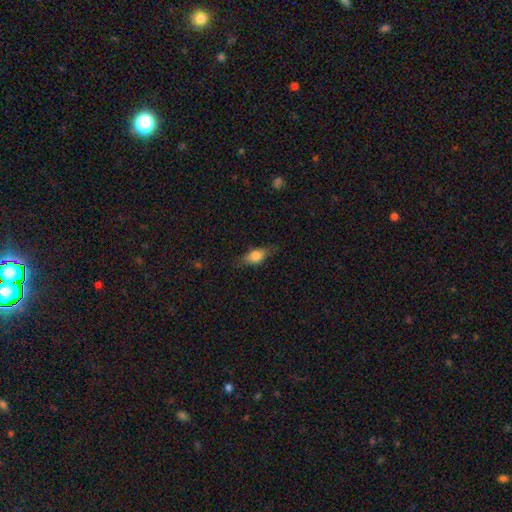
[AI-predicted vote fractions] A smooth galaxy with no disk features (71%) that is in between round and cigar-shaped (76%).

Vote fractions:
- Smooth or featured? smooth: 71% / featured or disk: 21% / star or artifact: 8%
- How rounded? in between: 76% / cigar-shaped: 16% / round: 7%
- Merging? none: 74% / minor disturbance: 20% / major disturbance: 5% / merger: 1%